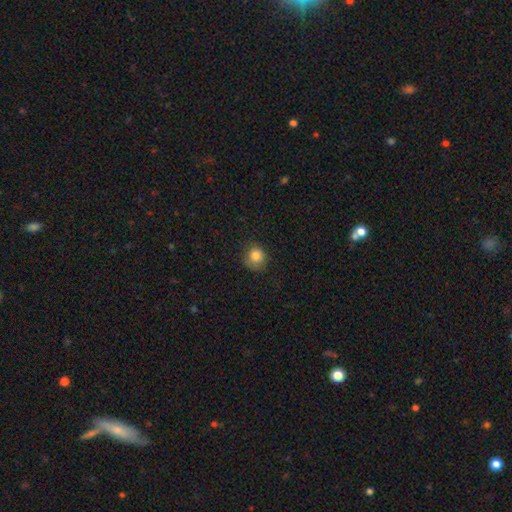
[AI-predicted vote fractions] Morphology: type=smooth (82%); roundness=round (86%); merging=none (74%).